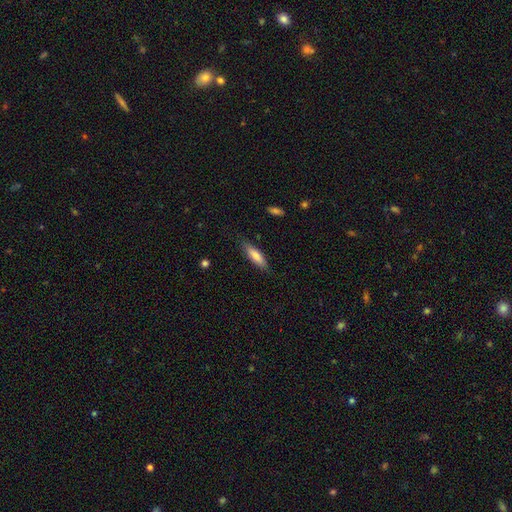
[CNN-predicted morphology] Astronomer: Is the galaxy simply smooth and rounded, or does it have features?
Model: smooth — 78%.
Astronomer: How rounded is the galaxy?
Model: cigar-shaped — 65%.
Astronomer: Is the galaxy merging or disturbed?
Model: none — 82%.